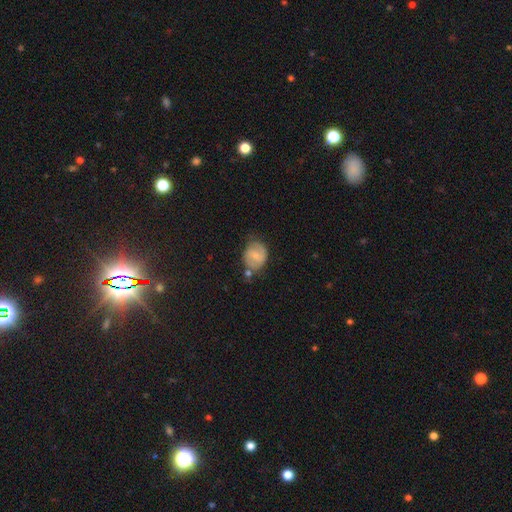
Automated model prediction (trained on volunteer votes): smooth_or_featured: smooth (p=0.51) [alt: featured or disk p=0.41]
how_rounded: round (p=0.53) [alt: in between p=0.46]
merging: none (p=0.56) [alt: minor disturbance p=0.26]